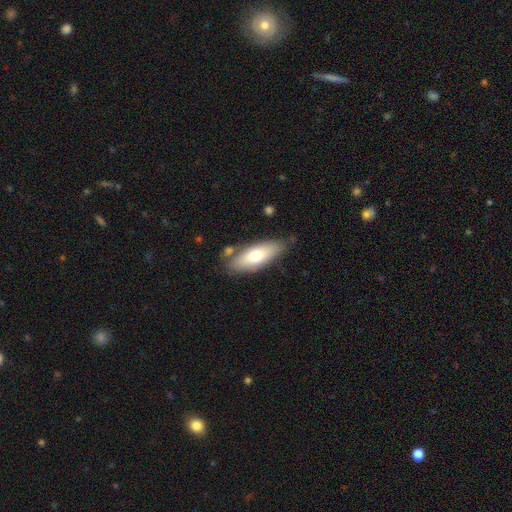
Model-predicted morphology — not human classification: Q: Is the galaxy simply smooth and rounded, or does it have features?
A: smooth — 68%.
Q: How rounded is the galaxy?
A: in between — 71%.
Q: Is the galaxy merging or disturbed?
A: none — 76%.